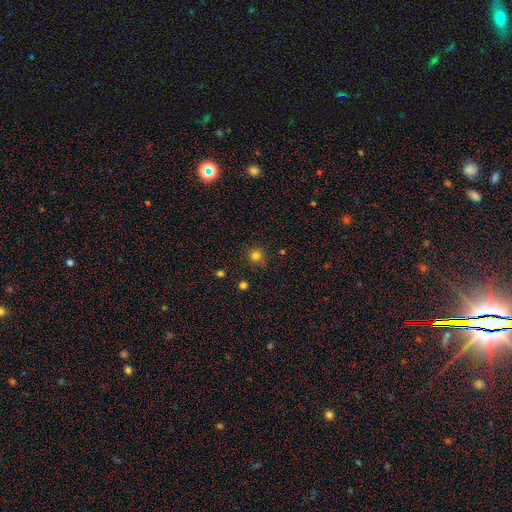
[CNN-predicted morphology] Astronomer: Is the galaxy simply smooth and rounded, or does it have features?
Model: smooth — 80%.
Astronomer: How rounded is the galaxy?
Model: round — 89%.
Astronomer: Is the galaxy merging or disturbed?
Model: none — 78%.